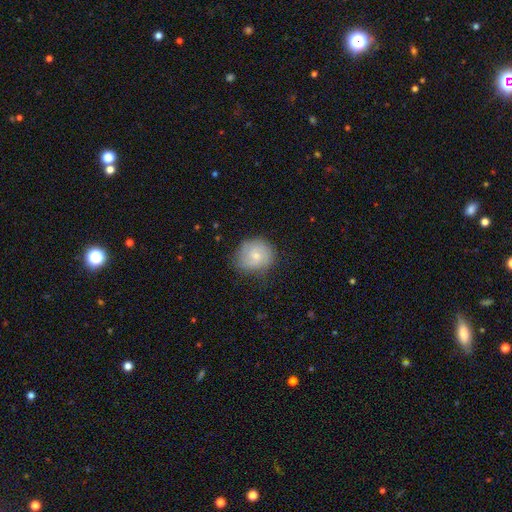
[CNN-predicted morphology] smooth_or_featured: smooth (p=0.55) [alt: featured or disk p=0.37]
how_rounded: round (p=0.82) [alt: in between p=0.17]
merging: none (p=0.72) [alt: minor disturbance p=0.21]